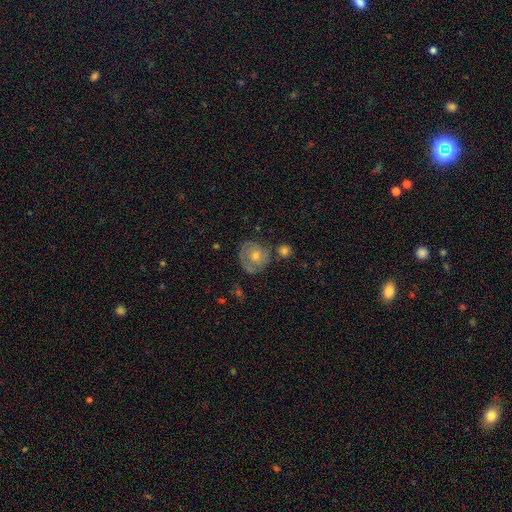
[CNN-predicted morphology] The model was most divided on "smooth or featured": featured or disk: 50%, smooth: 41%, star or artifact: 9%. More confident: edge-on disk — no (97%); merging — none (63%).